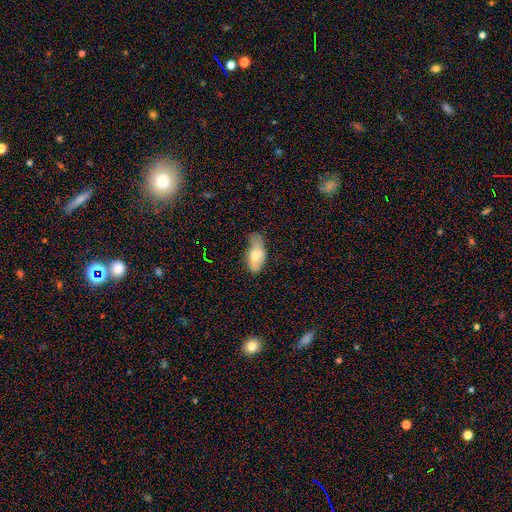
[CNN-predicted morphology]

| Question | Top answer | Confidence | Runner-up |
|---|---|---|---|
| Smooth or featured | smooth | 67% | featured or disk (25%) |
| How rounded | in between | 90% | cigar-shaped (7%) |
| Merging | minor disturbance | 40% | none (31%) |